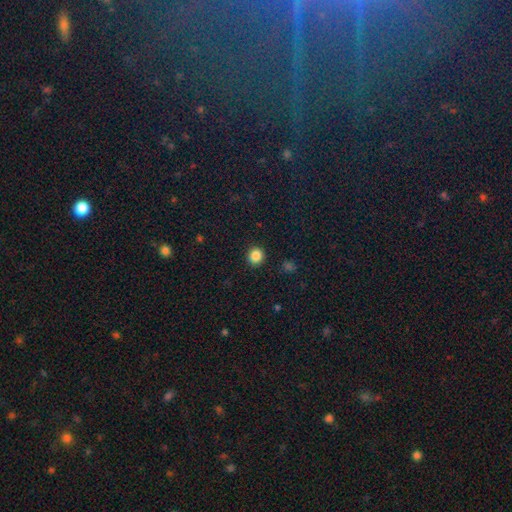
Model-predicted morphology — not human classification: Smooth or featured? smooth (86%)
How rounded? round (92%)
Merging? none (92%)